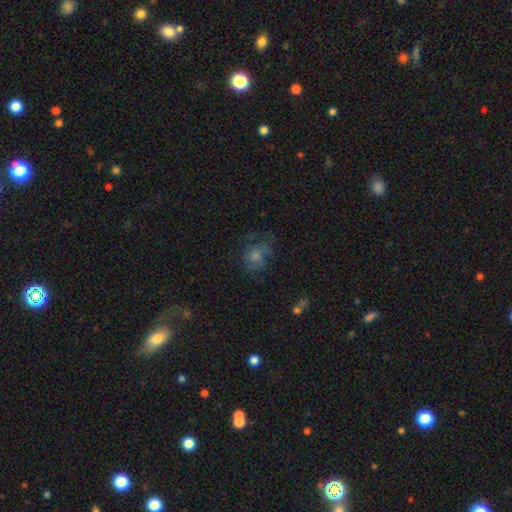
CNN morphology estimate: This is marginally a smooth galaxy (39%). Merging: possibly none (56%).